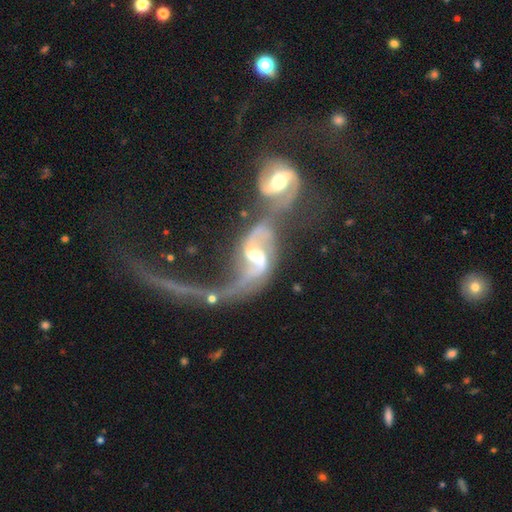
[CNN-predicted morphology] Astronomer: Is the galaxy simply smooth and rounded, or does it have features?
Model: featured or disk — 86%.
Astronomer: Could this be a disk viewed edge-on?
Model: no — 96%.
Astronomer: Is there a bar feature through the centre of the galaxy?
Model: weak — 44% (runner-up: strong, 35%).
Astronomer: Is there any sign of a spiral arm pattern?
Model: yes — 92%.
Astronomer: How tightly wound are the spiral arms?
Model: loose — 69%.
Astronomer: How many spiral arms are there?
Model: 2 — 86%.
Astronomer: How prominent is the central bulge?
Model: moderate — 60%.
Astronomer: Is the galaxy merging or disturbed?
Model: merger — 76%.